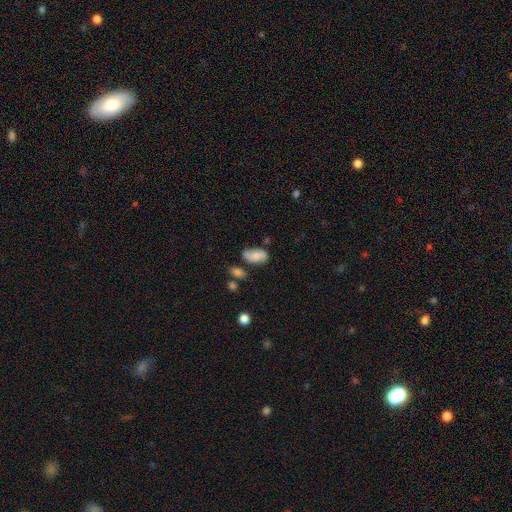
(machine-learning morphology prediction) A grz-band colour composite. It shows a smooth galaxy with no disk features (57%) that is in between round and cigar-shaped (91%). Merging: none (54%).